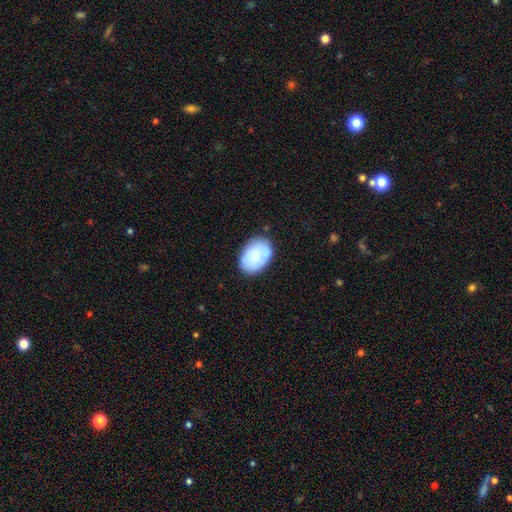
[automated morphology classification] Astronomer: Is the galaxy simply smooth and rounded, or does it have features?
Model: smooth — 78%.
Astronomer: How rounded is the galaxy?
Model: in between — 82%.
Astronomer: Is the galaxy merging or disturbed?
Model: none — 76%.